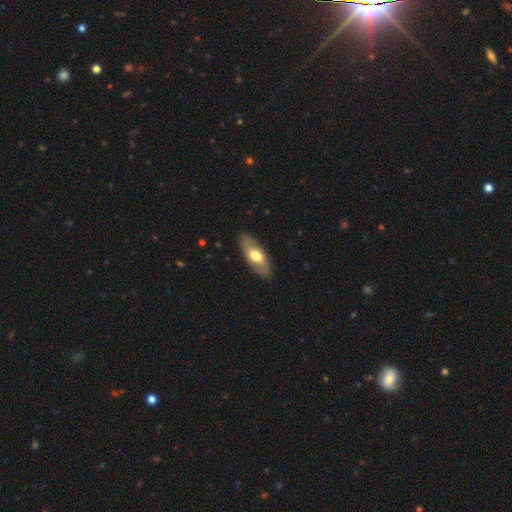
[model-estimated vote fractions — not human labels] Smooth or featured? smooth (60%)
How rounded? in between (81%)
Merging? none (87%)